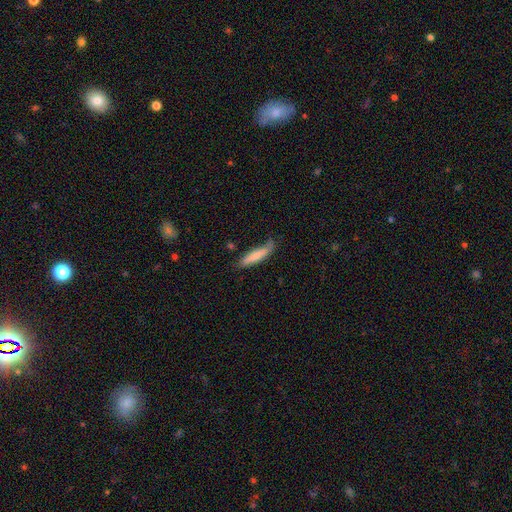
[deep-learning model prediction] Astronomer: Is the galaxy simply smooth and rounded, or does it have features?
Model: smooth — 75%.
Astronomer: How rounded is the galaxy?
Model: cigar-shaped — 82%.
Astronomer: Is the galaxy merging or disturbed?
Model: none — 62%.